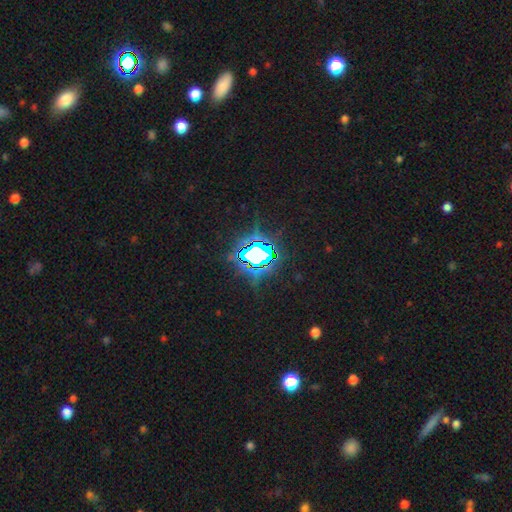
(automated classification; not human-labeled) This is likely a star or artifact rather than a galaxy (77%).